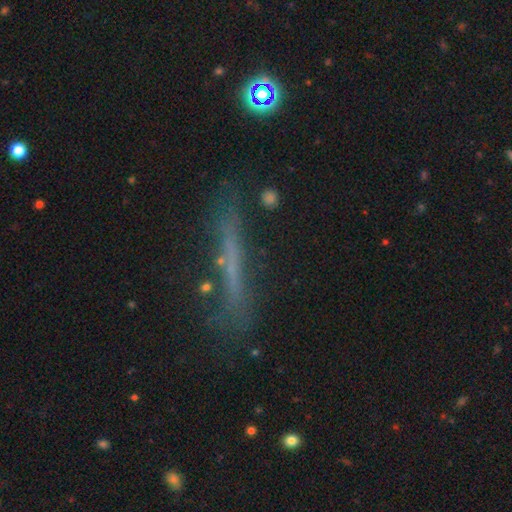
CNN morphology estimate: smooth-or-featured: featured or disk: 44% | smooth: 41% | star or artifact: 14%
  merging: none: 70% | minor disturbance: 17% | major disturbance: 8% | merger: 4%